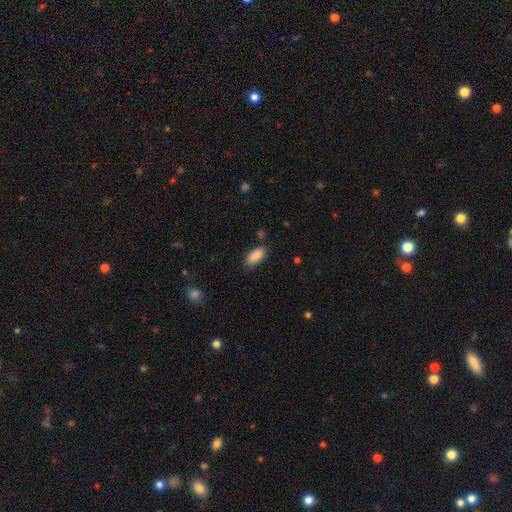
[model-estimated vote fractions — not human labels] Smooth or featured?
  - smooth: 89% *
  - star or artifact: 7%
  - featured or disk: 4%
How rounded?
  - in between: 91% *
  - cigar-shaped: 6%
  - round: 3%
Merging?
  - none: 80% *
  - minor disturbance: 14%
  - major disturbance: 3%
  - merger: 2%